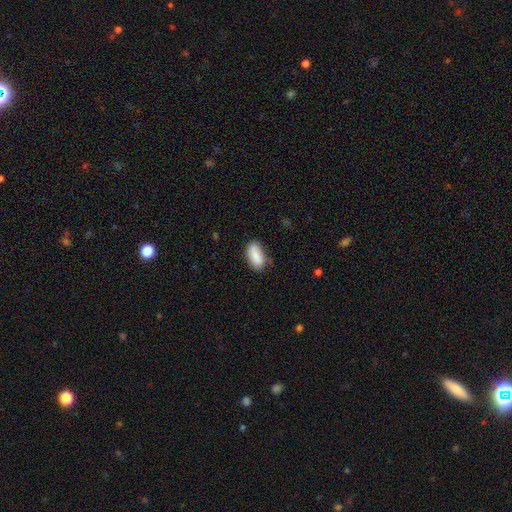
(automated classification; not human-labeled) smooth_or_featured: smooth (p=0.82) [alt: featured or disk p=0.11]
how_rounded: in between (p=0.92) [alt: cigar-shaped p=0.05]
merging: none (p=0.70) [alt: minor disturbance p=0.24]